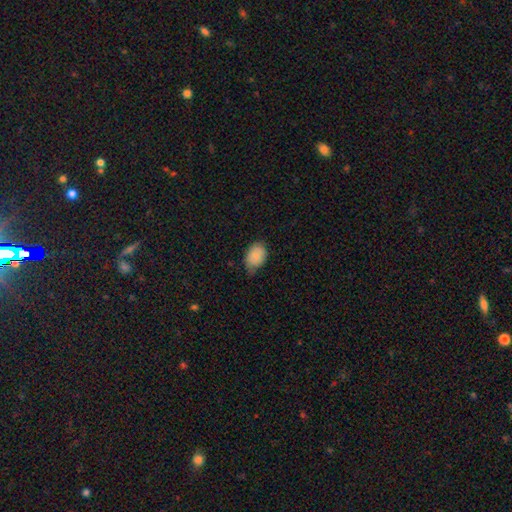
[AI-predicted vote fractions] This appears to be a smooth galaxy with no disk features (82%) that is in between round and cigar-shaped (77%). Merging: none (55%).